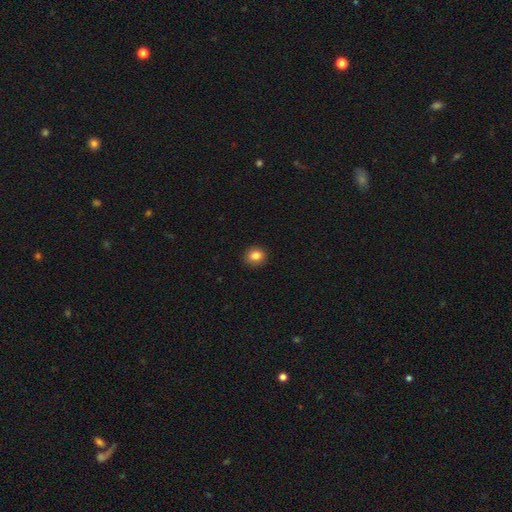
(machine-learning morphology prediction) Overall: smooth (84%). How rounded: round (74%). Merging: none (91%).